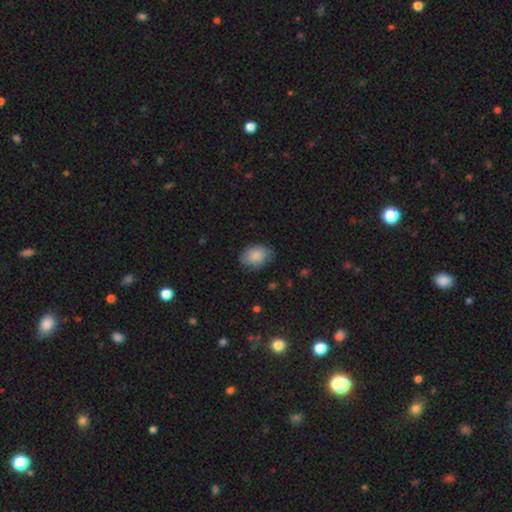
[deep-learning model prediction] This appears to be a smooth galaxy with no disk features (84%) that is in between round and cigar-shaped (73%). Merging: none (71%).